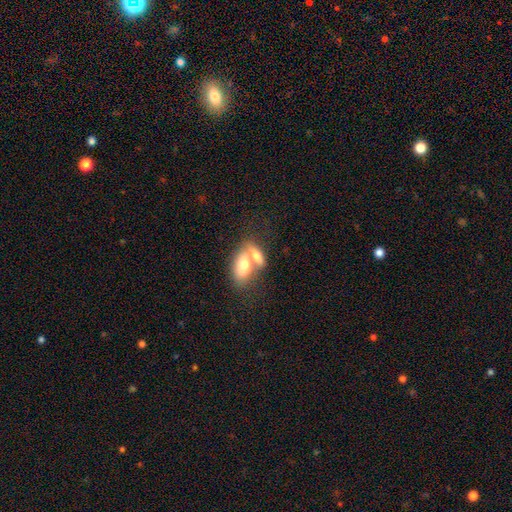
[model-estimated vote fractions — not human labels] Smooth or featured? smooth (70%)
How rounded? in between (83%)
Merging? merger (67%)